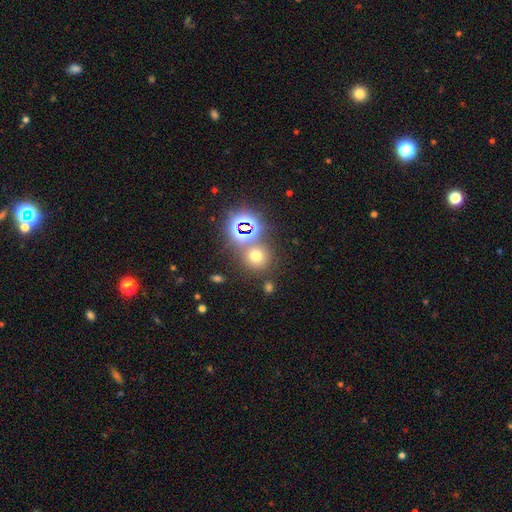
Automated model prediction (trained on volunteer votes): smooth-or-featured: smooth: 58% | star or artifact: 33% | featured or disk: 9%
  how-rounded: round: 88% | in between: 11% | cigar-shaped: 1%
  merging: none: 72% | merger: 15% | minor disturbance: 9% | major disturbance: 4%